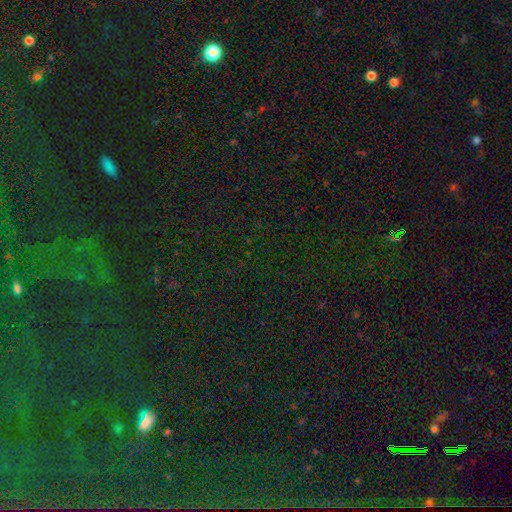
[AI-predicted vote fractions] smooth_or_featured: star or artifact (p=0.80) [alt: smooth p=0.12]